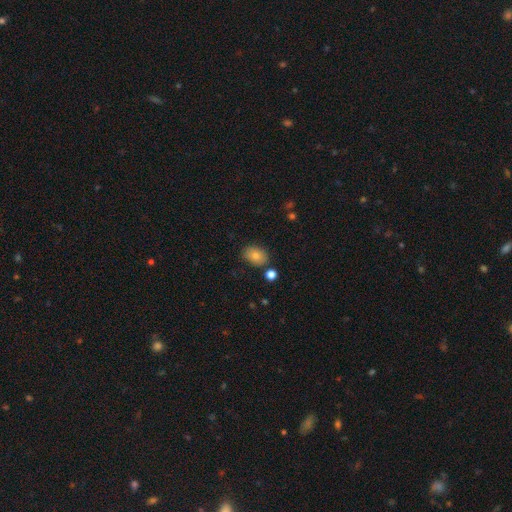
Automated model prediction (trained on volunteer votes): The model was most divided on "how rounded": in between: 76%, round: 22%, cigar-shaped: 1%. More confident: smooth or featured — smooth (82%); merging — none (80%).